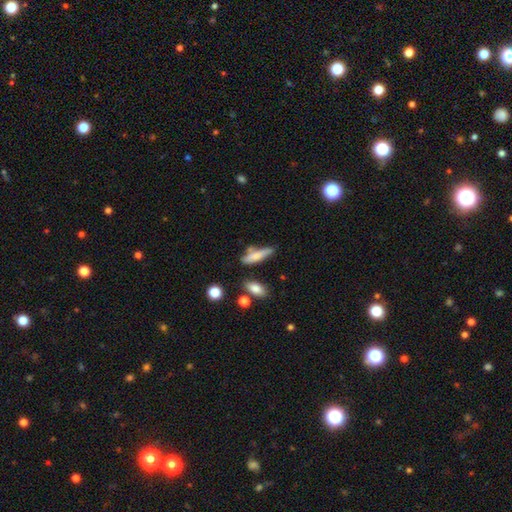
A smooth galaxy with no disk features (74%) that is cigar-shaped (75%). Merging: none (39%, tied with minor disturbance).